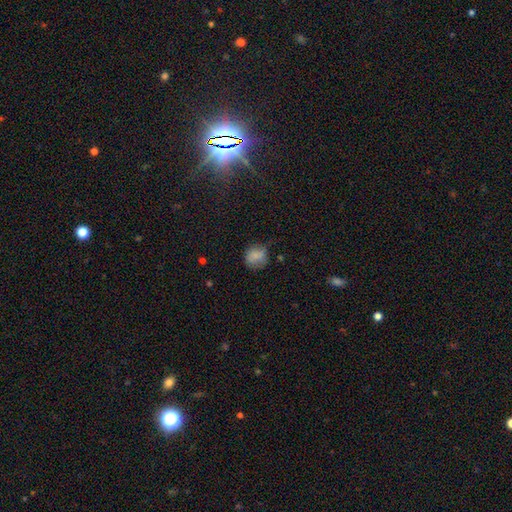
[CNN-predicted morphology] The model was most divided on "merging": none: 57%, minor disturbance: 30%, major disturbance: 11%, merger: 3%. More confident: smooth or featured — smooth (76%); how rounded — round (76%).